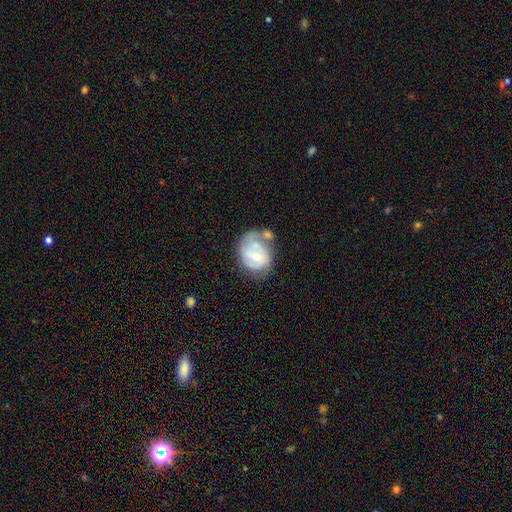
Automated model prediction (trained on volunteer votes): Q: Smooth or featured?
A: featured or disk (61%); runner-up: smooth (32%)
Q: Edge-on disk?
A: no (97%); runner-up: yes (3%)
Q: Bar?
A: no (69%); runner-up: weak (26%)
Q: Spiral arms?
A: yes (68%); runner-up: no (32%)
Q: Bulge size?
A: moderate (50%); runner-up: small (43%)
Q: Merging?
A: none (28%); runner-up: merger (27%)